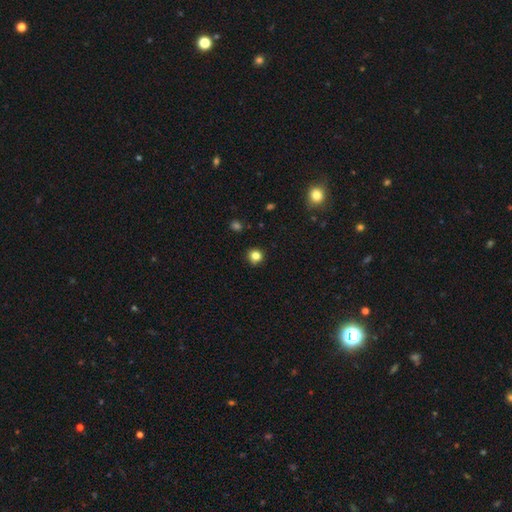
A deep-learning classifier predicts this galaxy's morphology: type=smooth (82%); roundness=round (90%); merging=none (86%).